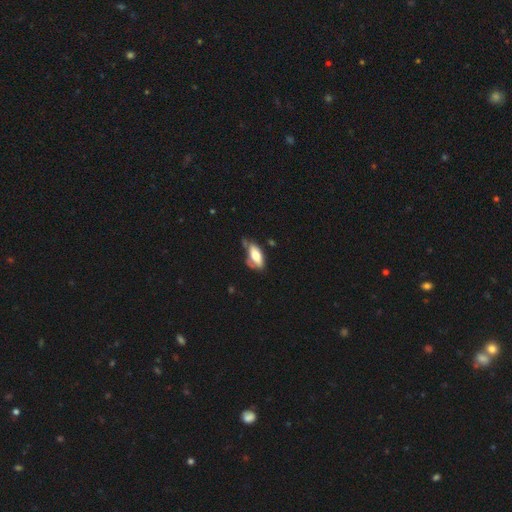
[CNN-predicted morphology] Q: Smooth or featured?
A: smooth (64%); runner-up: featured or disk (30%)
Q: How rounded?
A: in between (84%); runner-up: cigar-shaped (13%)
Q: Merging?
A: none (37%); runner-up: minor disturbance (35%)